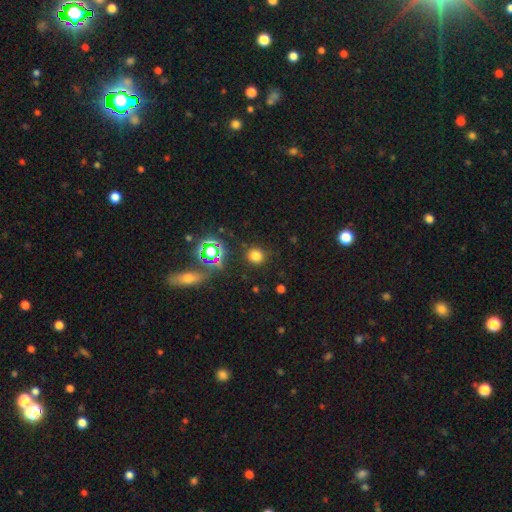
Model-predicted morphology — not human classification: A smooth galaxy with no disk features (73%) that is round (87%). Merging: none (87%).